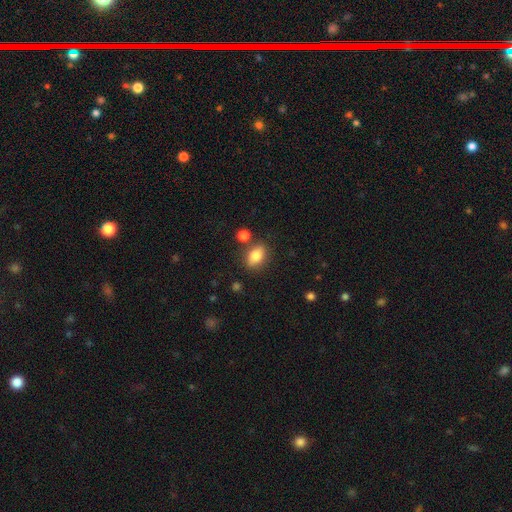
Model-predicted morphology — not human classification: The model was most divided on "how rounded": in between: 77%, round: 19%, cigar-shaped: 3%. More confident: smooth or featured — smooth (80%); merging — none (77%).